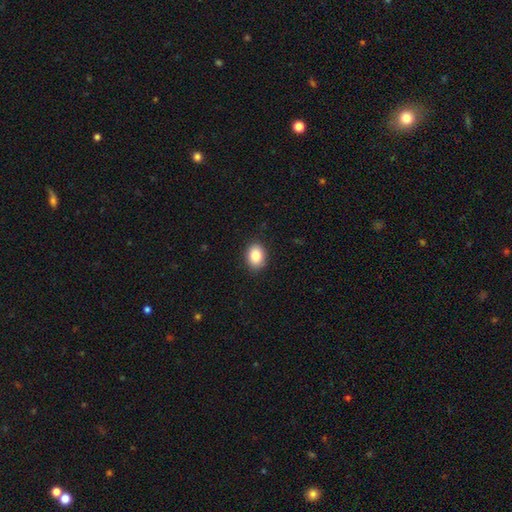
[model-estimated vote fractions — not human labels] Morphology: type=smooth (86%); roundness=in between (70%); merging=none (89%).